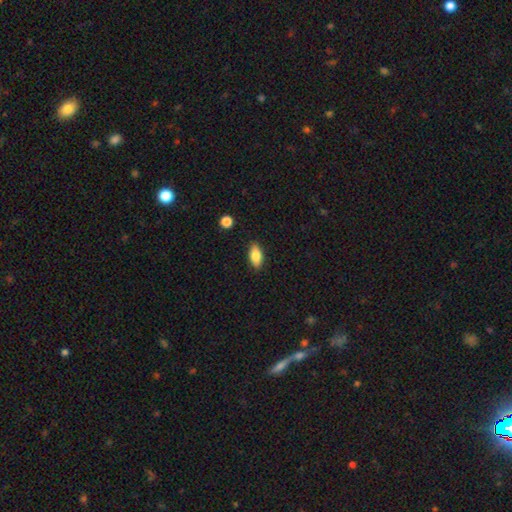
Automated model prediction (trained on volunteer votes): Smooth or featured? smooth (79%)
How rounded? in between (86%)
Merging? none (88%)